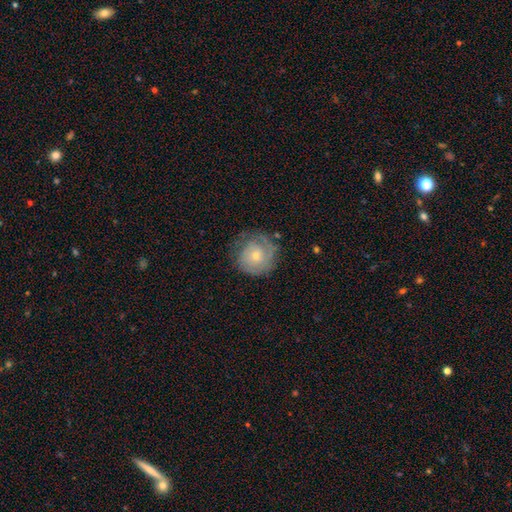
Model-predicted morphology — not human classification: Smooth or featured? featured or disk (59%)
Edge-on disk? no (97%)
Bar? no (83%)
Spiral arms? yes (80%)
Bulge size? small (61%)
Merging? none (66%)